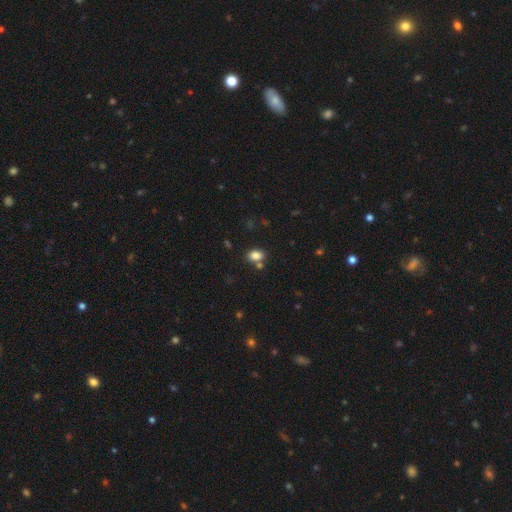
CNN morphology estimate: smooth-or-featured: smooth: 84% | star or artifact: 11% | featured or disk: 5%
  how-rounded: in between: 75% | round: 24% | cigar-shaped: 1%
  merging: none: 70% | merger: 16% | minor disturbance: 11% | major disturbance: 3%